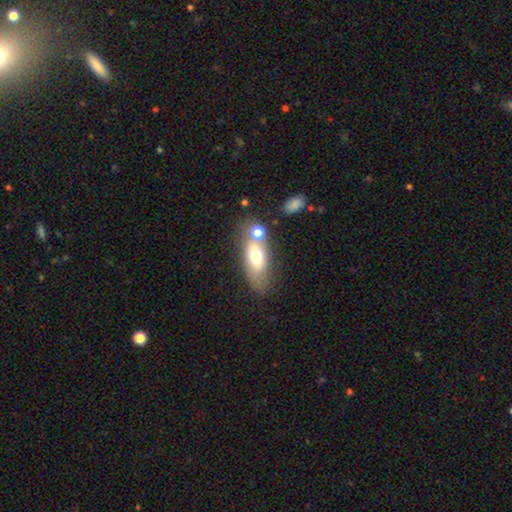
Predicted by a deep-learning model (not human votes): This is likely a smooth galaxy (64%). How rounded: likely in between (74%). Merging: possibly none (47%).